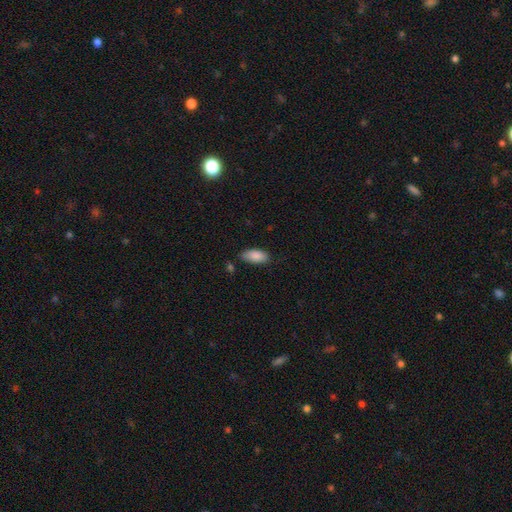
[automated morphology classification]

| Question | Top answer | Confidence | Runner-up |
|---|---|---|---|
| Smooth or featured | smooth | 88% | star or artifact (6%) |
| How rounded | in between | 90% | cigar-shaped (8%) |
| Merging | none | 76% | minor disturbance (17%) |